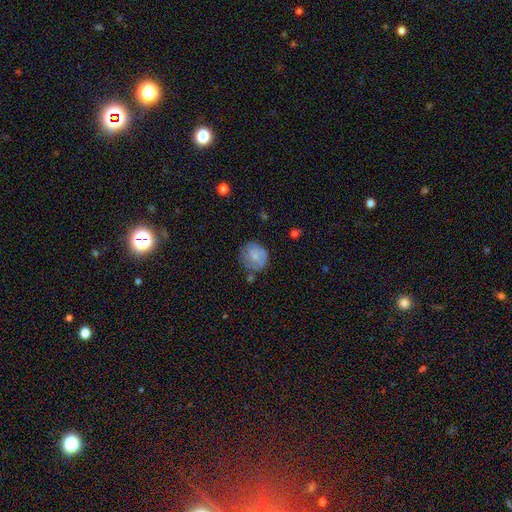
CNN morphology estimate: Smooth or featured? smooth (69%)
How rounded? round (82%)
Merging? none (65%)